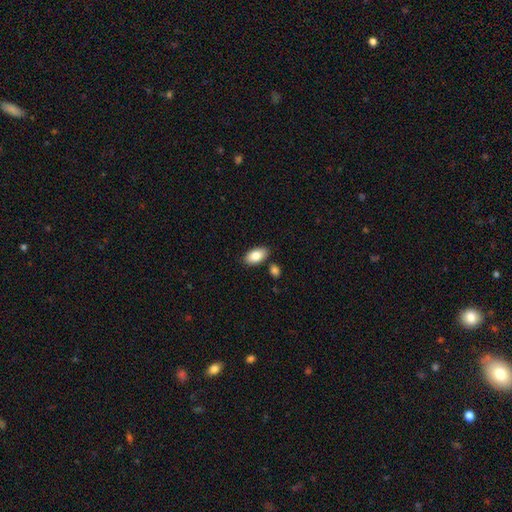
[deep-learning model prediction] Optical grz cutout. It shows a smooth galaxy with no disk features (85%) that is in between round and cigar-shaped (94%). Merging: none (82%).